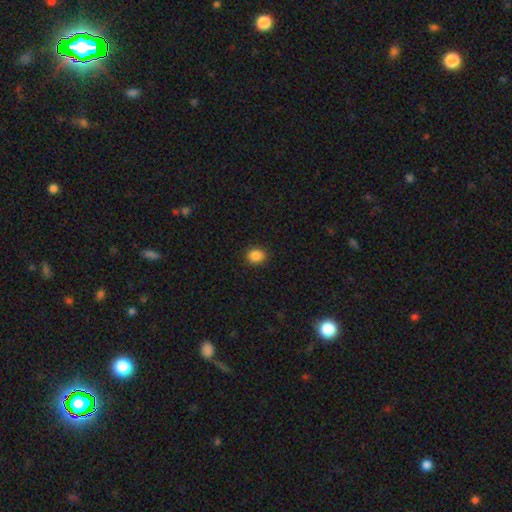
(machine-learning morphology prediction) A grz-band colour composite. It shows a smooth galaxy with no disk features (87%) that is round (71%). Merging: none (90%).